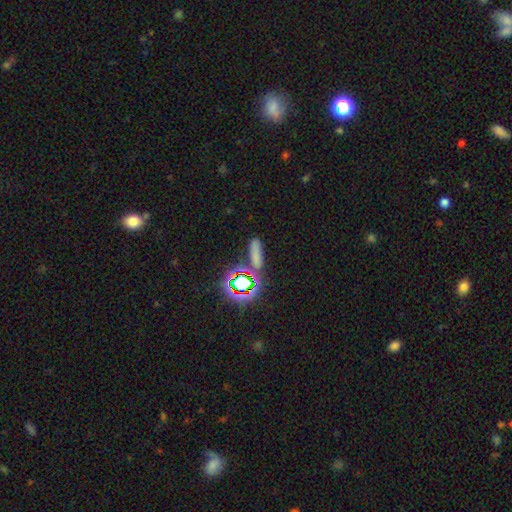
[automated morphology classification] smooth 57%, star or artifact 33%, featured or disk 10%. Down the decision tree: how rounded — cigar-shaped (51%); merging — none (69%).